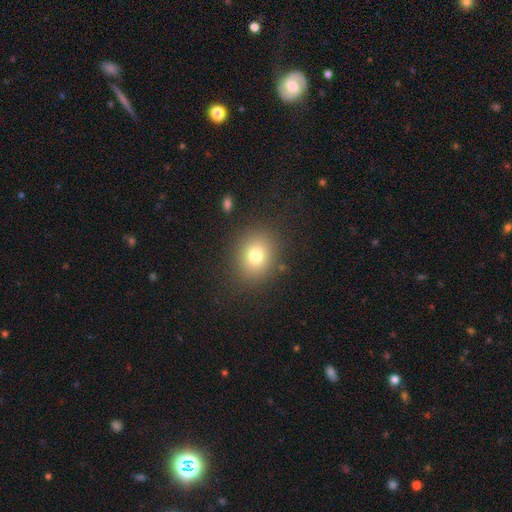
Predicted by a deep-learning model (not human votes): This is likely a smooth galaxy (76%). How rounded: likely round (65%). Merging: clearly none (86%).